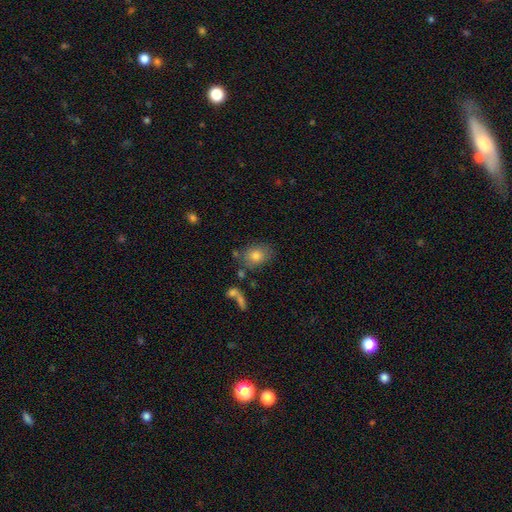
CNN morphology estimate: type=smooth (79%); roundness=in between (66%); merging=none (70%).